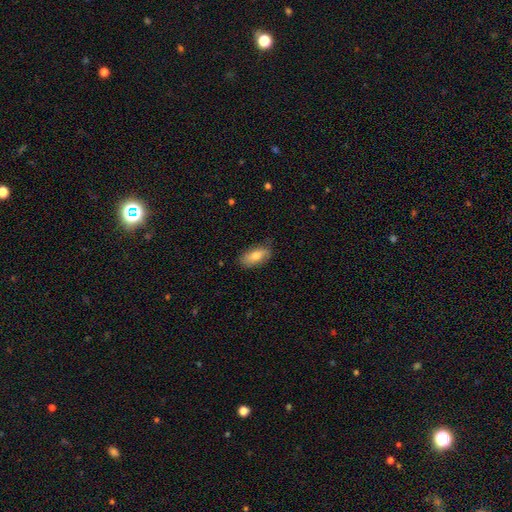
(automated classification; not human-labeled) smooth_or_featured: smooth (p=0.72) [alt: featured or disk p=0.22]
how_rounded: in between (p=0.88) [alt: cigar-shaped p=0.08]
merging: none (p=0.80) [alt: minor disturbance p=0.16]